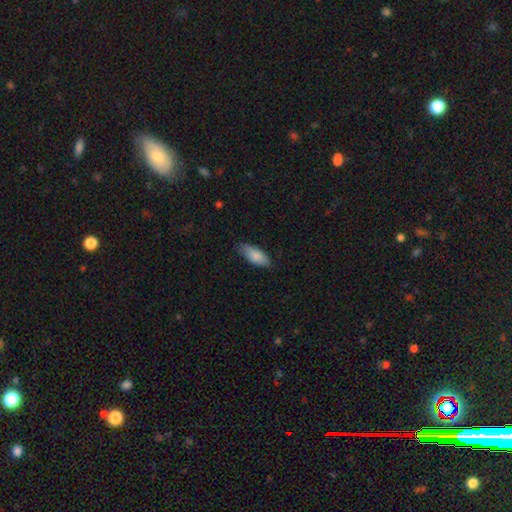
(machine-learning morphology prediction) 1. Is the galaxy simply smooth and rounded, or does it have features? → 84% smooth, 10% featured or disk, 6% star or artifact.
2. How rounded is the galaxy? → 81% in between, 17% cigar-shaped, 2% round.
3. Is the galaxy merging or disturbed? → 76% none, 20% minor disturbance, 3% major disturbance, 1% merger.